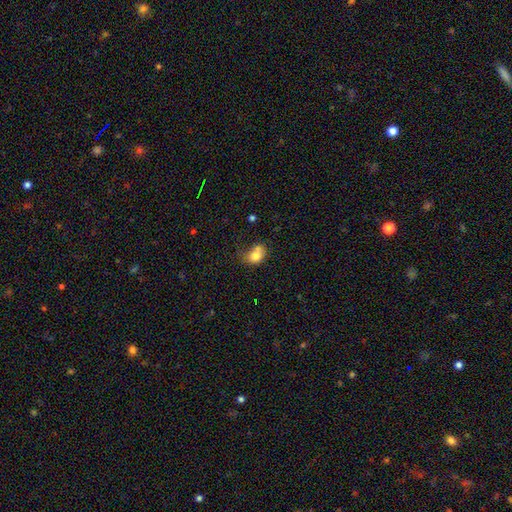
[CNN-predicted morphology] Smooth or featured?
  - smooth: 76% *
  - featured or disk: 14%
  - star or artifact: 10%
How rounded?
  - in between: 54% *
  - round: 45%
  - cigar-shaped: 1%
Merging?
  - none: 33% *
  - merger: 28%
  - minor disturbance: 25%
  - major disturbance: 14%